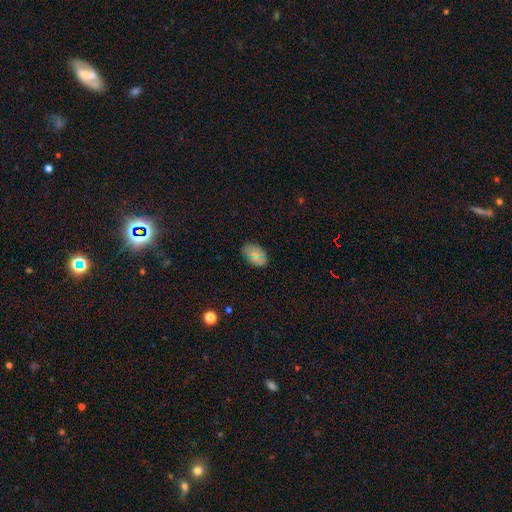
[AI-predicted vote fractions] Q: Smooth or featured?
A: smooth (77%); runner-up: featured or disk (12%)
Q: How rounded?
A: in between (92%); runner-up: round (7%)
Q: Merging?
A: none (81%); runner-up: minor disturbance (14%)